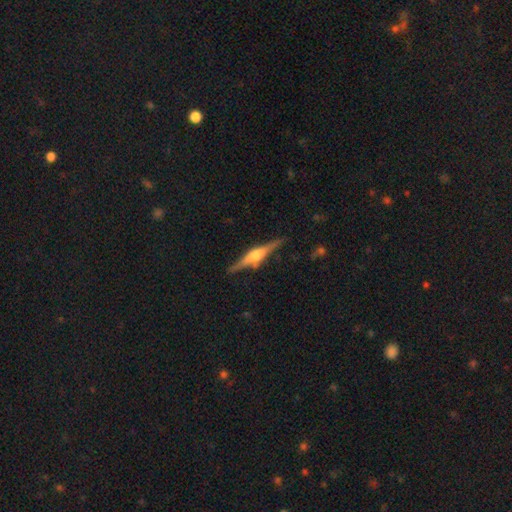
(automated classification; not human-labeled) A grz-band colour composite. It shows a featured or disk galaxy (79%) viewed edge-on (98%) with a rounded central bulge (90%). Merging: none (86%).